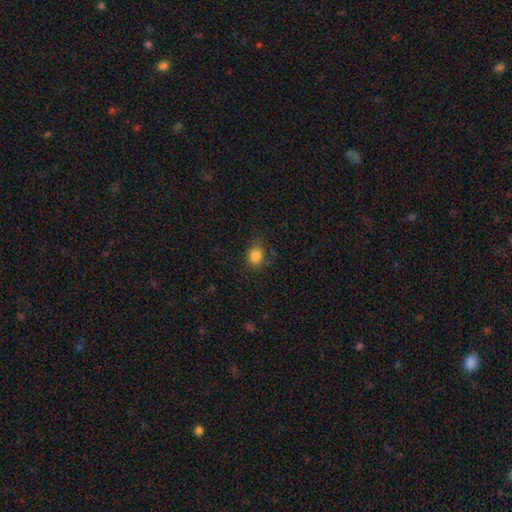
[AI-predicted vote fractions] Smooth or featured: smooth — 84% (star or artifact — 11%)
How rounded: round — 64% (in between — 35%)
Merging: none — 78% (minor disturbance — 16%)